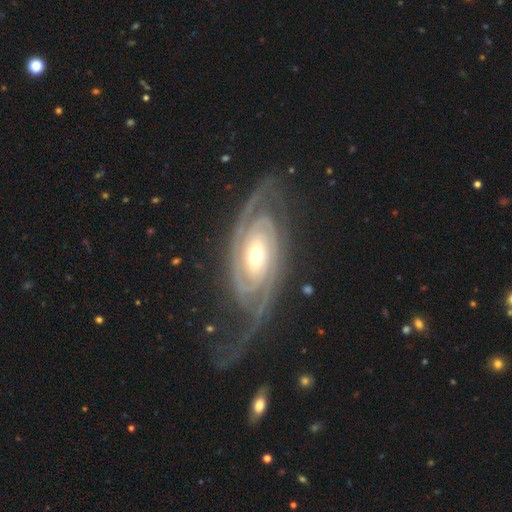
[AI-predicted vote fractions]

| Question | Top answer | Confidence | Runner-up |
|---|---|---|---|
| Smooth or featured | featured or disk | 92% | star or artifact (4%) |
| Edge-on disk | no | 95% | yes (5%) |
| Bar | no | 57% | weak (26%) |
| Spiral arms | yes | 98% | no (2%) |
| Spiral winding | tight | 66% | medium (28%) |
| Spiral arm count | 2 | 69% | 3 (10%) |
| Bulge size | moderate | 55% | small (38%) |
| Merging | none | 70% | minor disturbance (16%) |